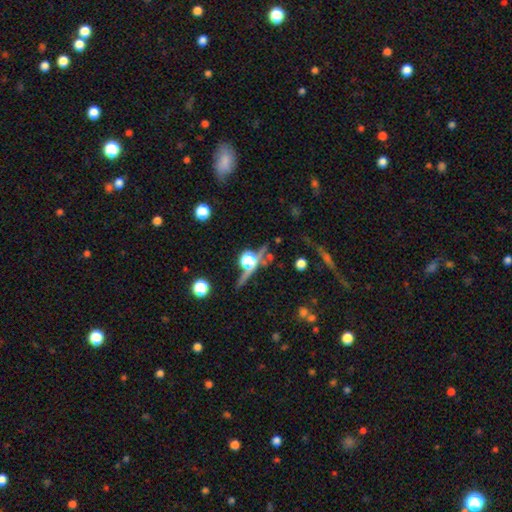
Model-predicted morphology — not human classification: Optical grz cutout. It shows a star or artifact, not a galaxy (41%).